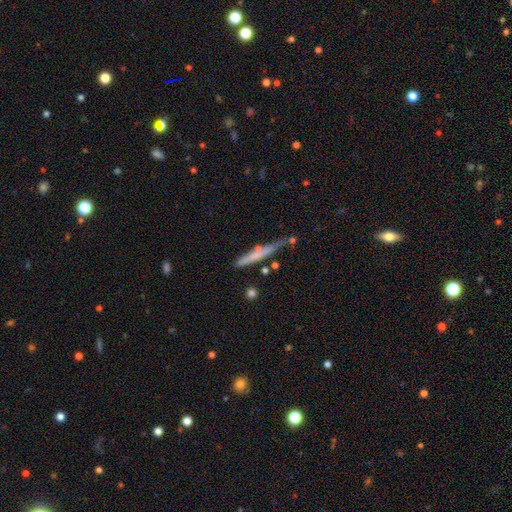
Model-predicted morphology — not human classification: Q: Smooth or featured?
A: smooth (54%); runner-up: featured or disk (39%)
Q: How rounded?
A: cigar-shaped (93%); runner-up: in between (5%)
Q: Merging?
A: none (61%); runner-up: minor disturbance (24%)